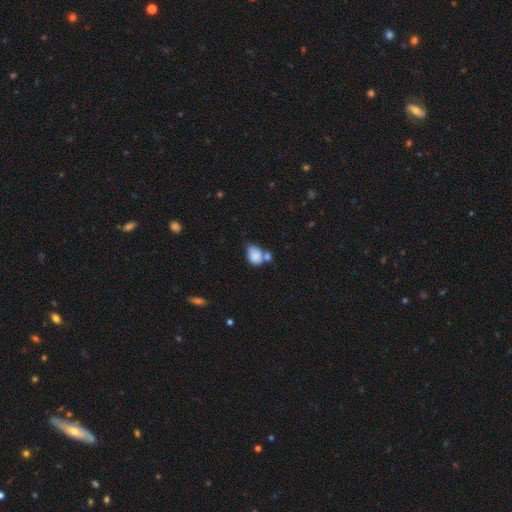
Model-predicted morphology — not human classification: Smooth or featured? smooth (81%)
How rounded? in between (68%)
Merging? merger (42%)